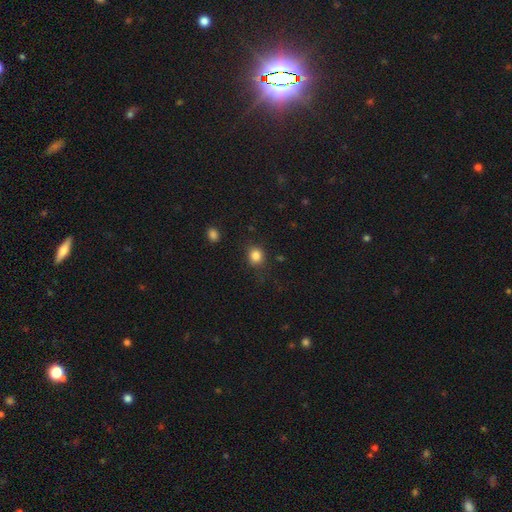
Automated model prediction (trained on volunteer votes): Smooth or featured?
  - smooth: 84% *
  - star or artifact: 11%
  - featured or disk: 5%
How rounded?
  - round: 81% *
  - in between: 18%
  - cigar-shaped: 1%
Merging?
  - none: 84% *
  - minor disturbance: 11%
  - major disturbance: 4%
  - merger: 2%